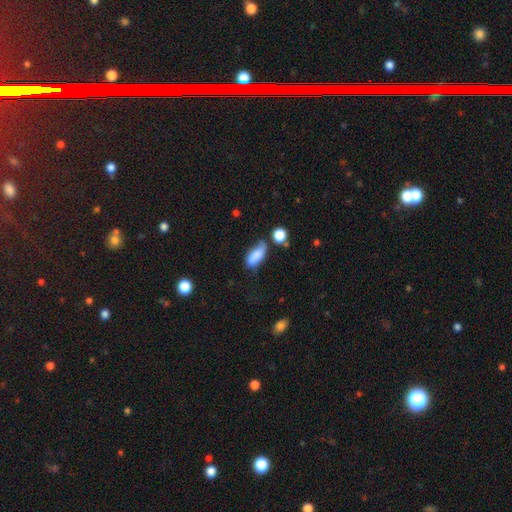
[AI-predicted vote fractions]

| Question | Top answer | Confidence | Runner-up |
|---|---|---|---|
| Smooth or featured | smooth | 79% | featured or disk (12%) |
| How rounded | in between | 78% | cigar-shaped (17%) |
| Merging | none | 43% | minor disturbance (32%) |